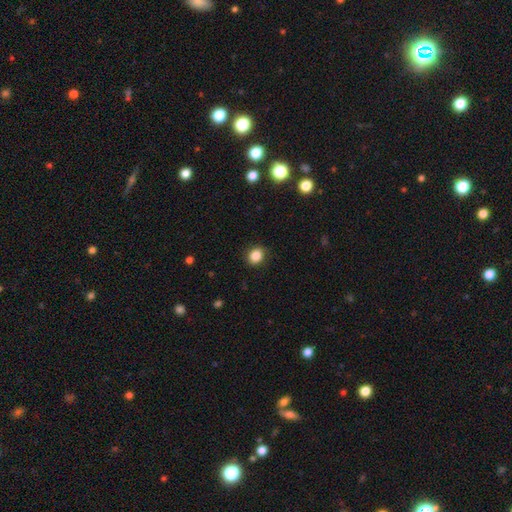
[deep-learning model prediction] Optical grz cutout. It shows a smooth galaxy with no disk features (86%) that is round (61%). Merging: none (87%).